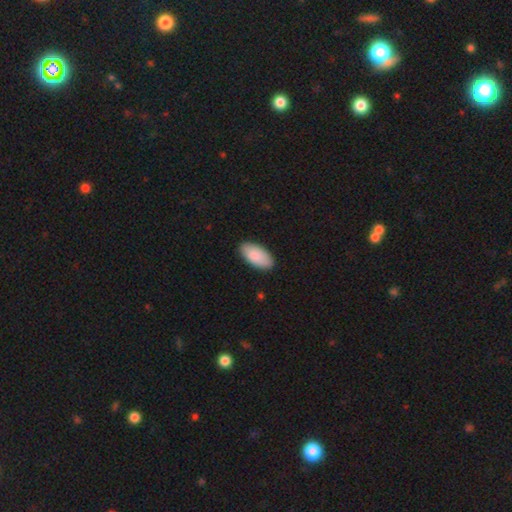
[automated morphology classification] This is clearly a smooth galaxy (89%). How rounded: clearly in between (95%). Merging: clearly none (88%).